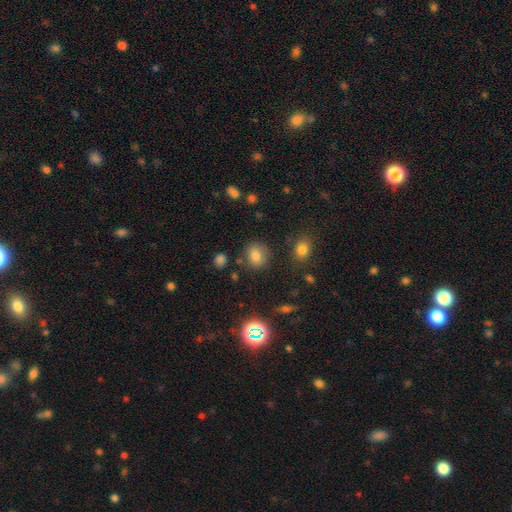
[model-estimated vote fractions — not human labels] smooth 76%, star or artifact 16%, featured or disk 8%. Down the decision tree: how rounded — round (82%); merging — none (83%).